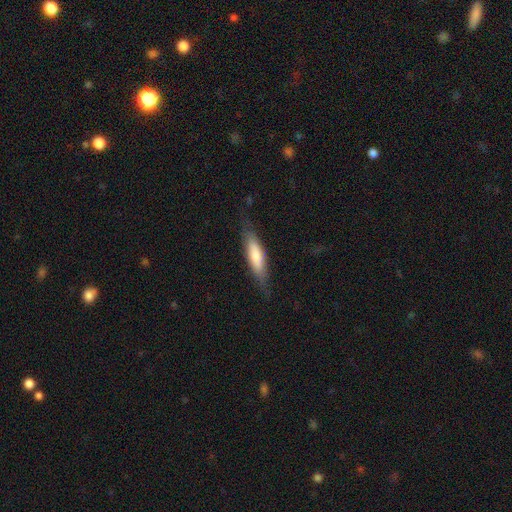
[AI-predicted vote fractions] smooth 68%, featured or disk 26%, star or artifact 6%. Down the decision tree: how rounded — cigar-shaped (63%); merging — none (75%).